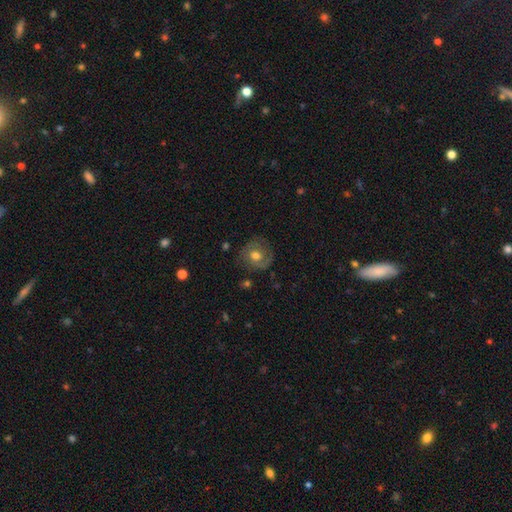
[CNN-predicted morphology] smooth-or-featured: featured or disk: 52% | smooth: 40% | star or artifact: 8%
  disk-edge-on: no: 97% | yes: 3%
    bar: no: 70% | weak: 25% | strong: 5%
    has-spiral-arms: yes: 68% | no: 32%
    bulge-size: moderate: 73% | large: 14% | small: 11% | none: 1% | dominant: 1%
  merging: none: 76% | minor disturbance: 16% | major disturbance: 7% | merger: 1%